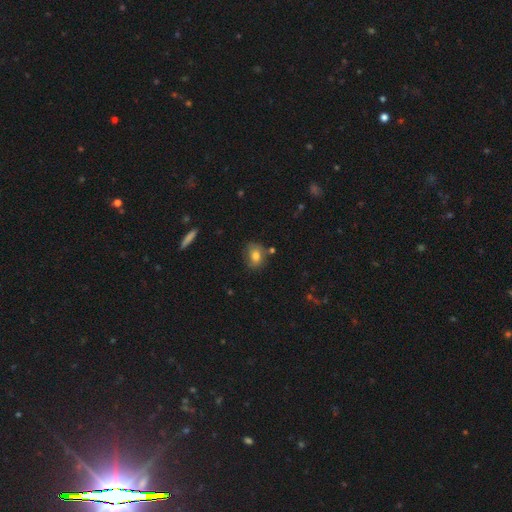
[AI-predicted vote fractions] The model was most divided on "how rounded": in between: 56%, round: 42%, cigar-shaped: 2%. More confident: smooth or featured — smooth (73%); merging — none (65%).